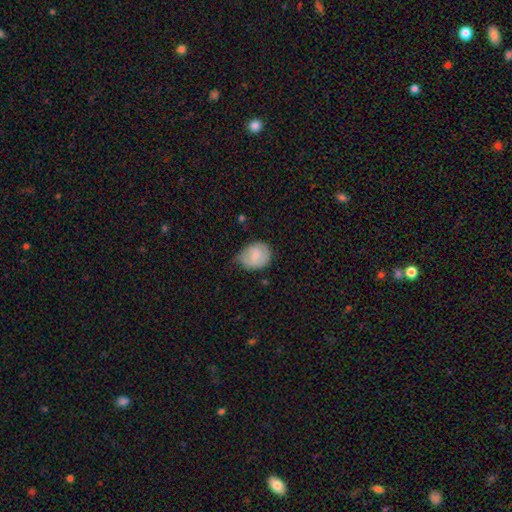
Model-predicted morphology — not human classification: A smooth galaxy with no disk features (72%) that is round (59%).

Vote fractions:
- Smooth or featured? smooth: 72% / featured or disk: 21% / star or artifact: 7%
- How rounded? round: 59% / in between: 40% / cigar-shaped: 1%
- Merging? minor disturbance: 43% (tied) / none: 43% (tied) / major disturbance: 12% / merger: 2%